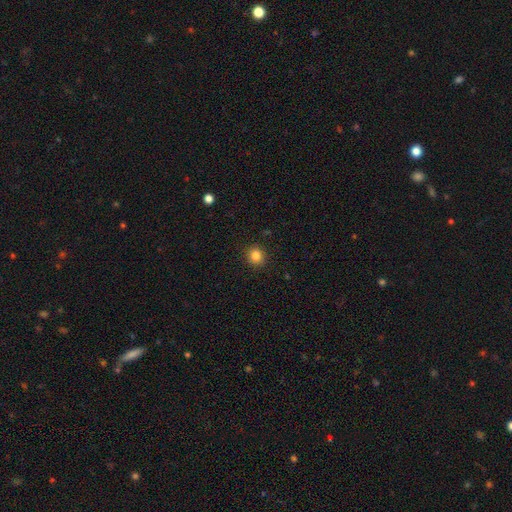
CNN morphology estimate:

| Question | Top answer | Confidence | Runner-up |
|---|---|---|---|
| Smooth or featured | smooth | 84% | star or artifact (11%) |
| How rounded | round | 83% | in between (16%) |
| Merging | none | 91% | minor disturbance (6%) |